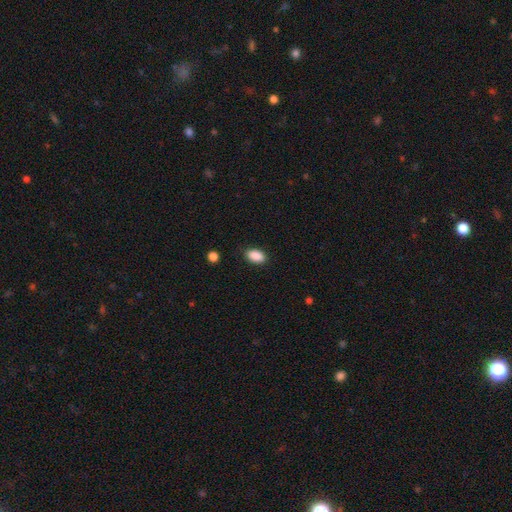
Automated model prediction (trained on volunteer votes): smooth_or_featured: smooth (p=0.90) [alt: star or artifact p=0.07]
how_rounded: in between (p=0.91) [alt: round p=0.07]
merging: none (p=0.85) [alt: minor disturbance p=0.11]